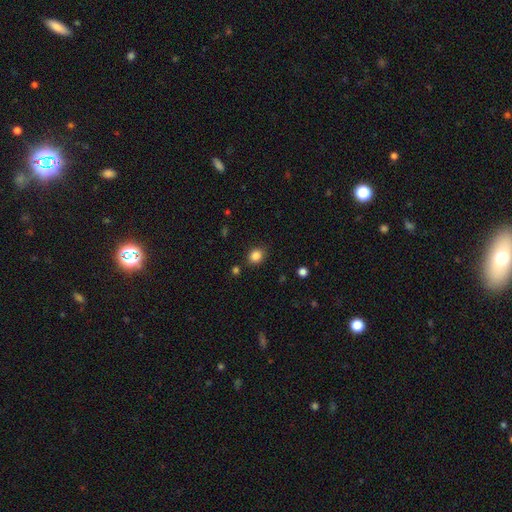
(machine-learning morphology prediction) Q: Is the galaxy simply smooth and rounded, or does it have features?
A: smooth — 85%.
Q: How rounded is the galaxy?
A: round — 63%.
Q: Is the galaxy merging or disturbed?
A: none — 83%.